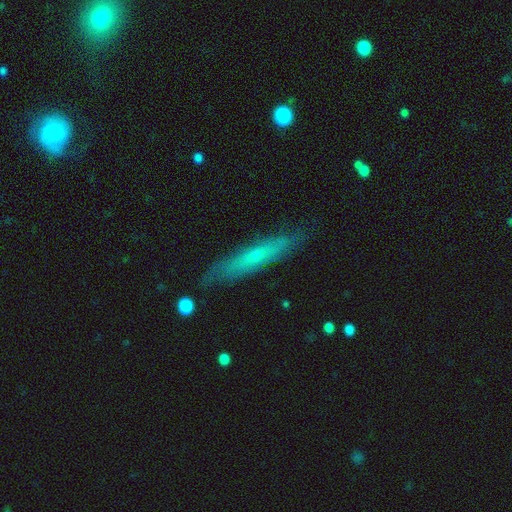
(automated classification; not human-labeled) smooth-or-featured: featured or disk: 52% | smooth: 41% | star or artifact: 7%
  disk-edge-on: yes: 79% | no: 21%
  merging: none: 84% | minor disturbance: 13% | major disturbance: 2% | merger: 1%